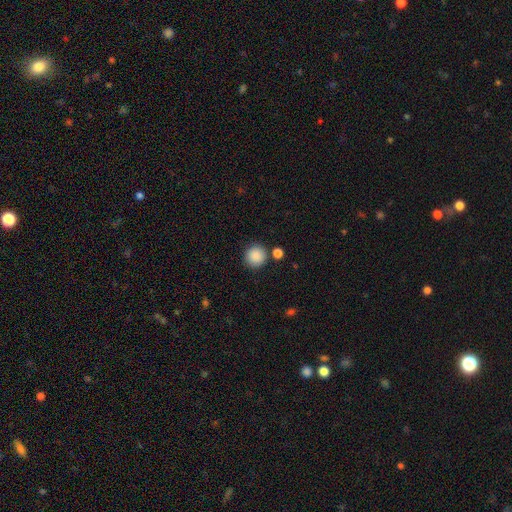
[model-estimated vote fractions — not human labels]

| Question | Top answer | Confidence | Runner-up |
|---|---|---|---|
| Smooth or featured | smooth | 88% | star or artifact (8%) |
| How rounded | round | 92% | in between (7%) |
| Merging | none | 83% | minor disturbance (8%) |